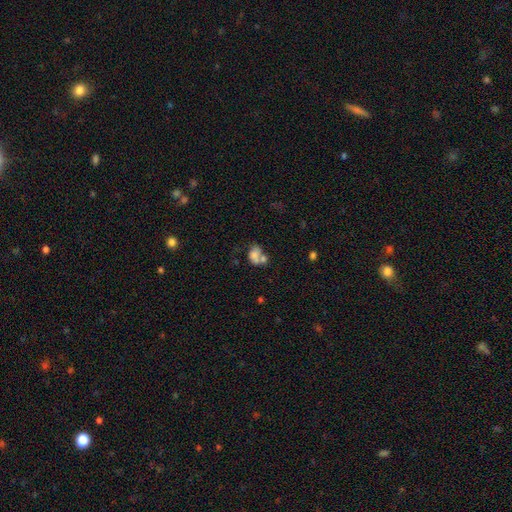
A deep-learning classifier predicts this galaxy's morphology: Q: Smooth or featured?
A: smooth (69%); runner-up: featured or disk (20%)
Q: How rounded?
A: in between (72%); runner-up: round (26%)
Q: Merging?
A: merger (54%); runner-up: none (24%)